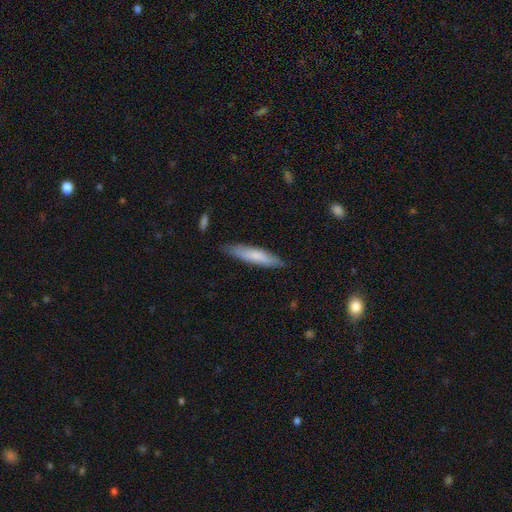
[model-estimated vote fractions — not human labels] Q: Smooth or featured?
A: smooth (71%); runner-up: featured or disk (23%)
Q: How rounded?
A: cigar-shaped (86%); runner-up: in between (13%)
Q: Merging?
A: none (84%); runner-up: minor disturbance (12%)